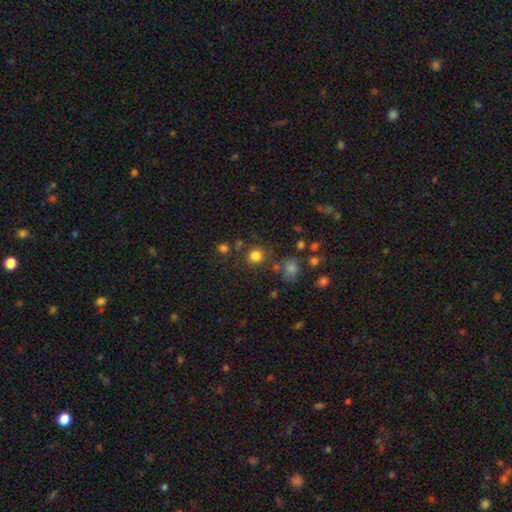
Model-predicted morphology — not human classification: smooth-or-featured: smooth: 80% | star or artifact: 15% | featured or disk: 5%
  how-rounded: round: 90% | in between: 9% | cigar-shaped: 1%
  merging: none: 79% | minor disturbance: 10% | merger: 8% | major disturbance: 4%